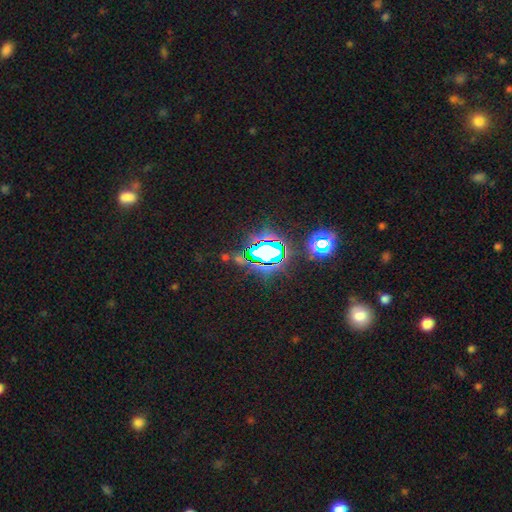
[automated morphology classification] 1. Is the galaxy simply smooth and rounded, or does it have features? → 76% star or artifact, 15% smooth, 9% featured or disk.